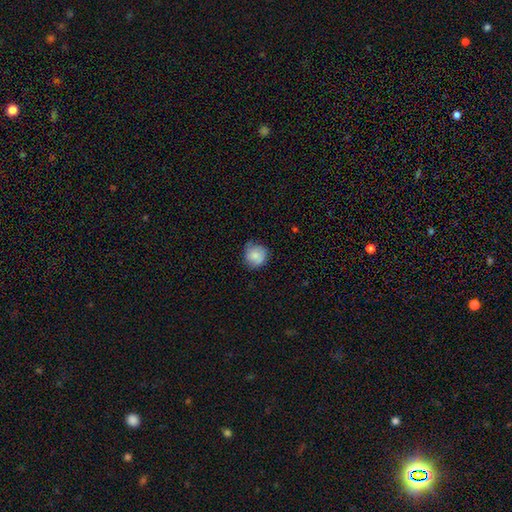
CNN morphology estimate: Overall: smooth (78%). How rounded: round (88%). Merging: none (69%).